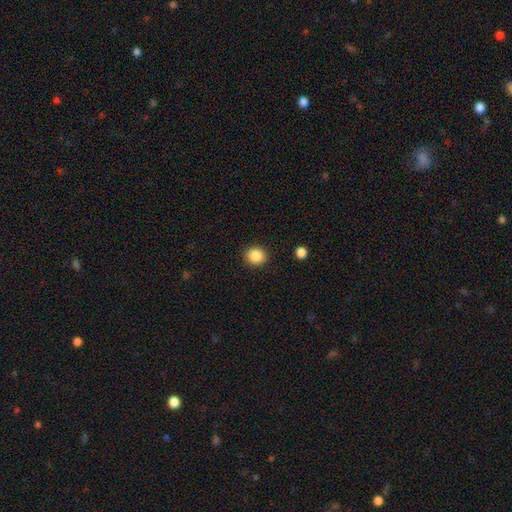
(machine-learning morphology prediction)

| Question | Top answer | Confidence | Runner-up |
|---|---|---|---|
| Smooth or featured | smooth | 87% | star or artifact (9%) |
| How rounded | round | 85% | in between (14%) |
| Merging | none | 91% | minor disturbance (6%) |